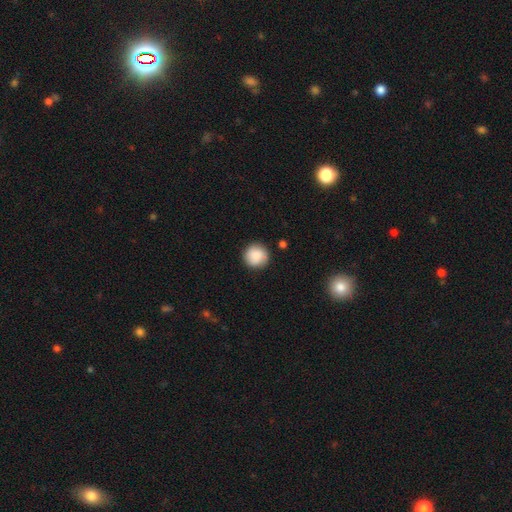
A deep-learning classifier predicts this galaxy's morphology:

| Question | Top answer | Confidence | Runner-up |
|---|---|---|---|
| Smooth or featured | smooth | 84% | featured or disk (9%) |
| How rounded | round | 95% | in between (4%) |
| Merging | none | 87% | minor disturbance (9%) |